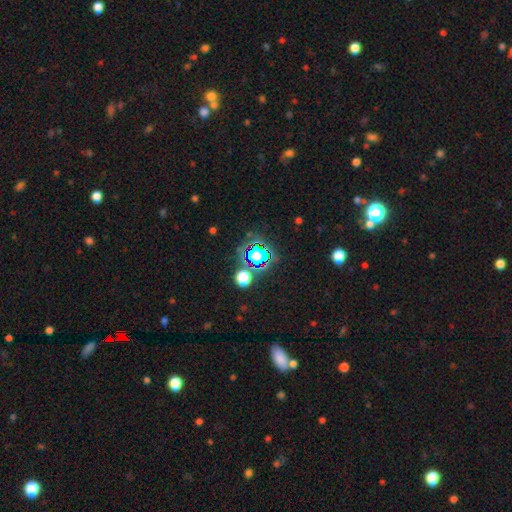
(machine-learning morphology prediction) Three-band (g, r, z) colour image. It shows a star or artifact, not a galaxy (58%).